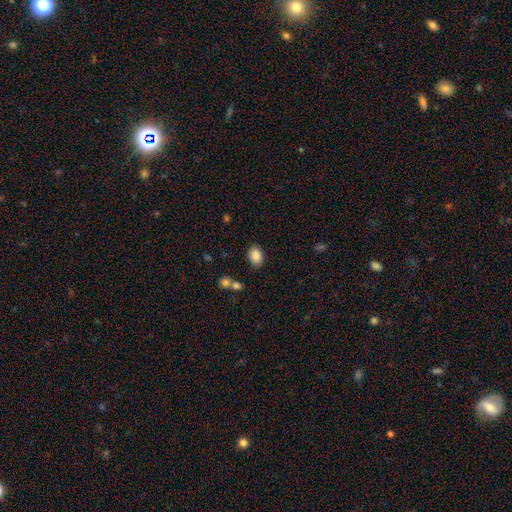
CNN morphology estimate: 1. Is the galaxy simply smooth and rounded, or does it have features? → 88% smooth, 8% star or artifact, 4% featured or disk.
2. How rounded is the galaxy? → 78% in between, 21% round, 1% cigar-shaped.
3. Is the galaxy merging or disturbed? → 81% none, 12% minor disturbance, 4% merger, 3% major disturbance.